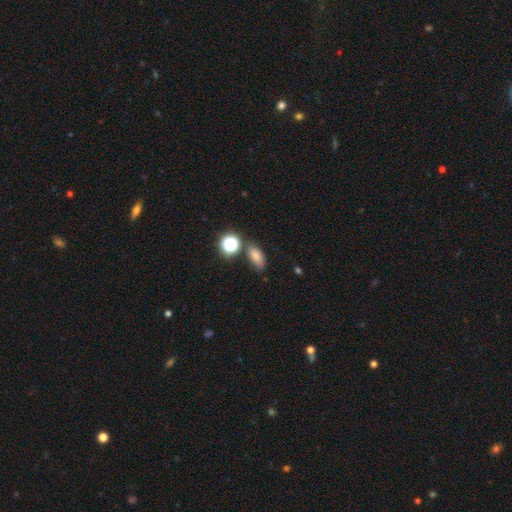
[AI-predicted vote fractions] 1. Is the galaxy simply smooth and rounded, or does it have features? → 75% smooth, 16% star or artifact, 9% featured or disk.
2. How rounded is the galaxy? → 81% in between, 12% round, 6% cigar-shaped.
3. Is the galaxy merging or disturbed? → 70% none, 16% minor disturbance, 9% merger, 5% major disturbance.